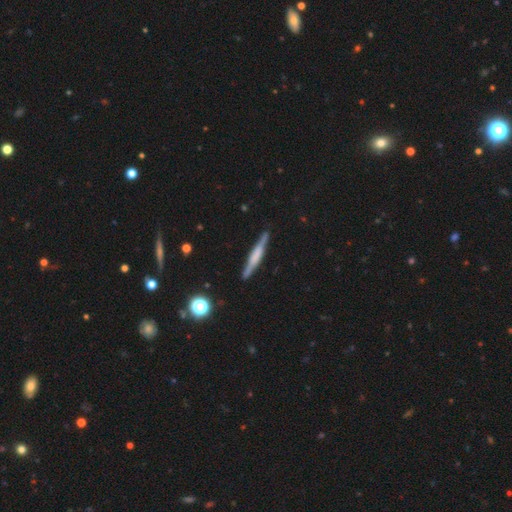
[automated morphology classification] type=featured or disk (60%); edge-on=yes (97%); edge-on bulge=boxy (45%); merging=none (88%).